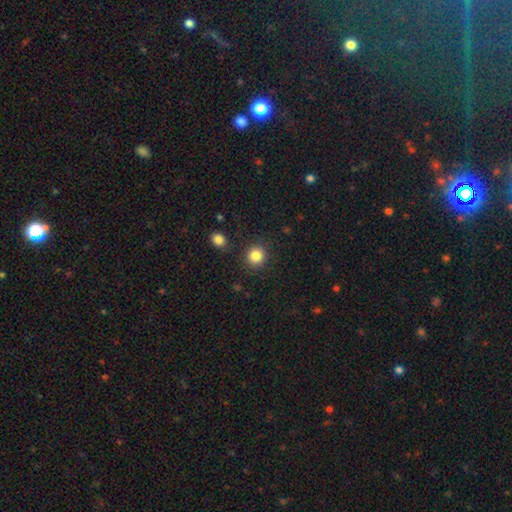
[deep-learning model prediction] smooth-or-featured: smooth: 85% | star or artifact: 11% | featured or disk: 4%
  how-rounded: round: 89% | in between: 10% | cigar-shaped: 1%
  merging: none: 87% | minor disturbance: 7% | major disturbance: 3% | merger: 3%